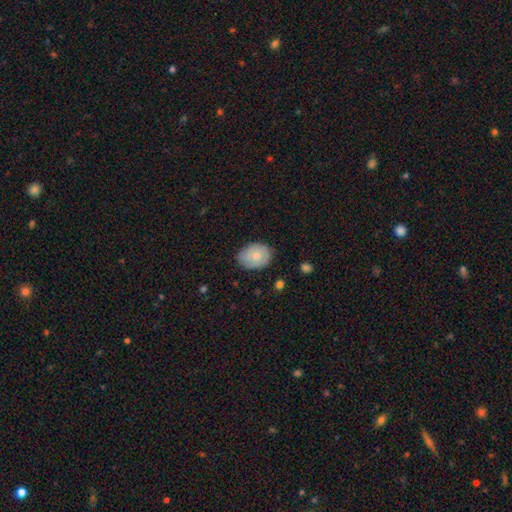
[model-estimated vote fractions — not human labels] Smooth or featured? Predicted: smooth (p=0.71). How rounded? Predicted: in between (p=0.66). Merging? Predicted: none (p=0.77).